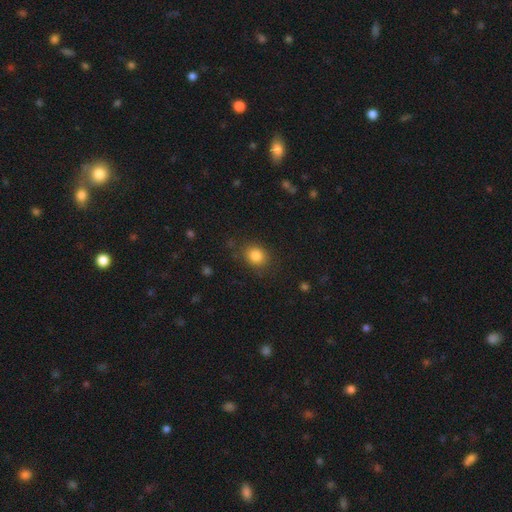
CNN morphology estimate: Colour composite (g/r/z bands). It shows a smooth galaxy with no disk features (84%) that is round (64%). Merging: none (81%).